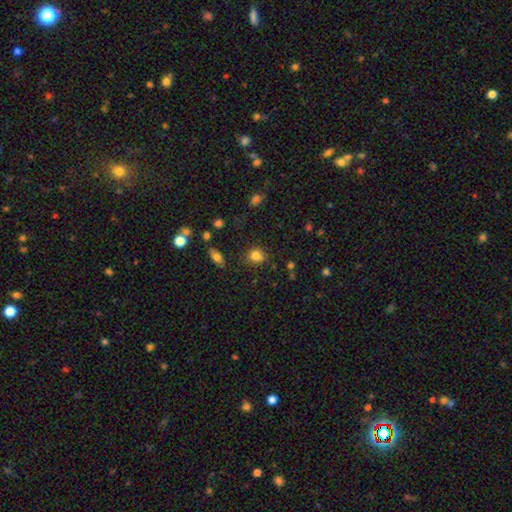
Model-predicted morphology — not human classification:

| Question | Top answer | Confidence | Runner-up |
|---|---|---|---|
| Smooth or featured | smooth | 82% | star or artifact (11%) |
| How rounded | round | 74% | in between (25%) |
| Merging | none | 81% | minor disturbance (13%) |